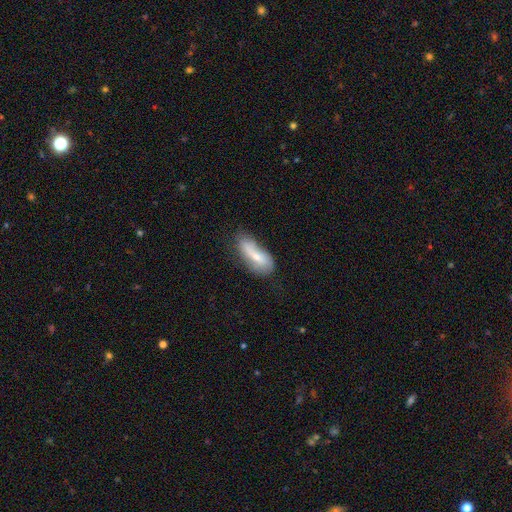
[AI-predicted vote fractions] Overall: smooth (63%; featured or disk 29%). How rounded: in between (75%). Merging: none (45%; minor disturbance 34%).